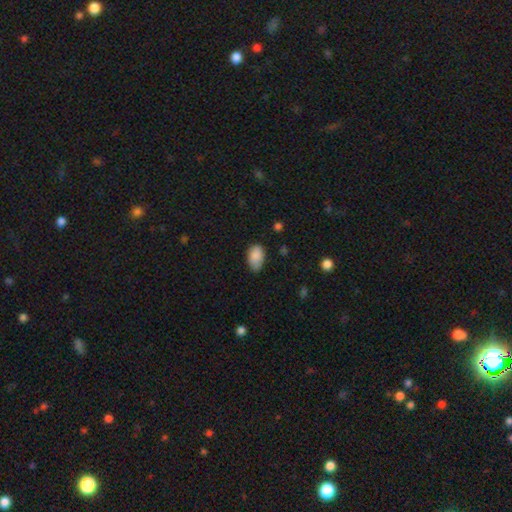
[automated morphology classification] A smooth galaxy with no disk features (87%) that is in between round and cigar-shaped (91%).

Vote fractions:
- Smooth or featured? smooth: 87% / star or artifact: 8% / featured or disk: 5%
- How rounded? in between: 91% / round: 7% / cigar-shaped: 1%
- Merging? none: 61% / minor disturbance: 32% / major disturbance: 5% / merger: 2%